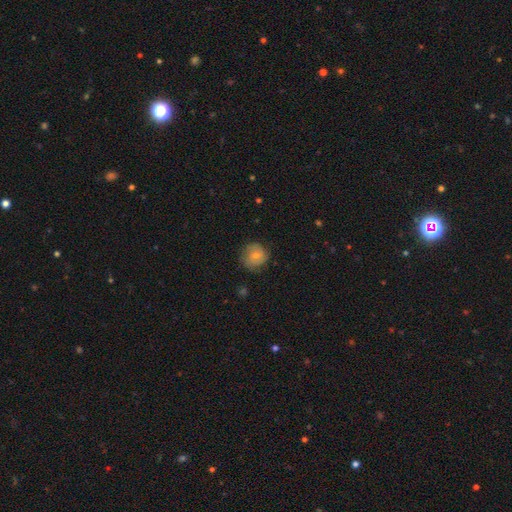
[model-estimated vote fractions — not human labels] Morphology: type=smooth (65%); roundness=round (86%); merging=none (72%).